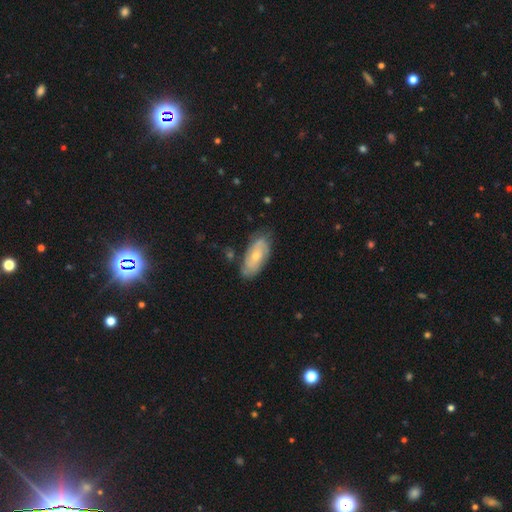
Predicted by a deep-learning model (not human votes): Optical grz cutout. It shows a featured or disk galaxy (58%) with no bar (68%), spiral arms (81%) and a small central bulge (49%). Merging: none (72%).